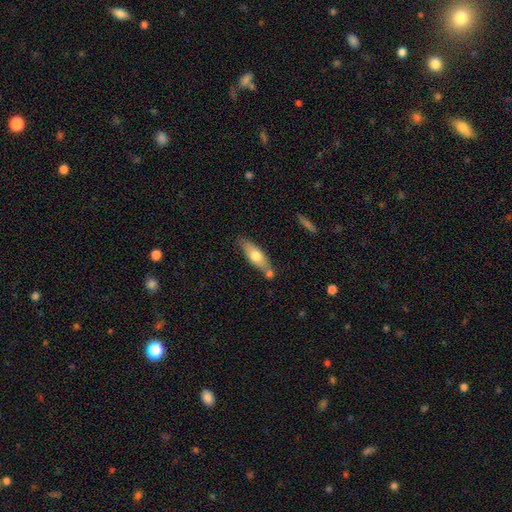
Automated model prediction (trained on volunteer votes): Smooth or featured? smooth (62%)
How rounded? in between (52%)
Merging? none (66%)